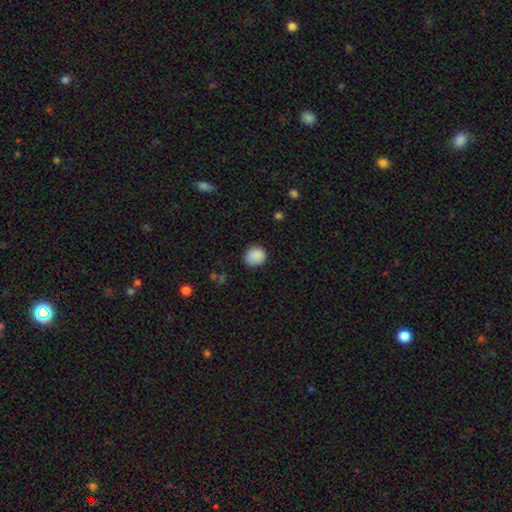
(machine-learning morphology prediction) smooth-or-featured: smooth: 89% | star or artifact: 8% | featured or disk: 3%
  how-rounded: round: 74% | in between: 25% | cigar-shaped: 1%
  merging: none: 83% | minor disturbance: 13% | major disturbance: 3% | merger: 1%